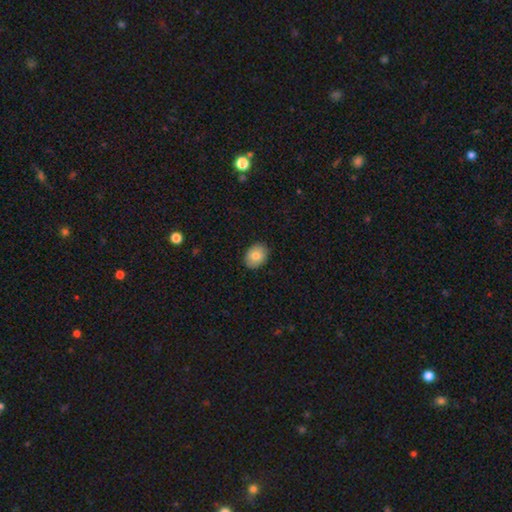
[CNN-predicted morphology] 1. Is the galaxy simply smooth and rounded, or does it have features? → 80% smooth, 12% featured or disk, 8% star or artifact.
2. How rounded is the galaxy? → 68% in between, 31% round, 1% cigar-shaped.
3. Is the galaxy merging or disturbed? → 88% none, 9% minor disturbance, 2% major disturbance, 1% merger.